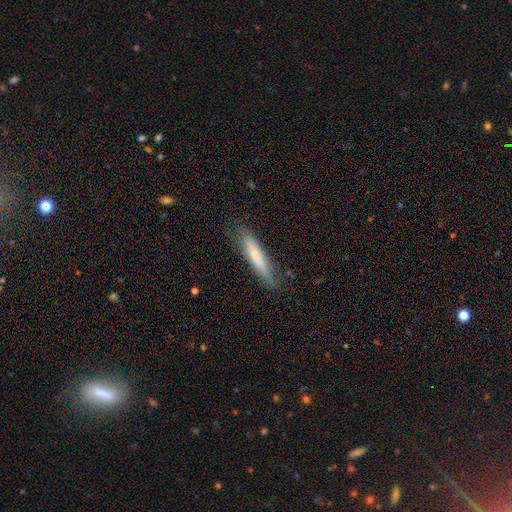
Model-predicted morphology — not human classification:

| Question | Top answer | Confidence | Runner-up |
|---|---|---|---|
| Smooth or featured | smooth | 74% | featured or disk (20%) |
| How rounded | cigar-shaped | 90% | in between (9%) |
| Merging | none | 81% | minor disturbance (15%) |